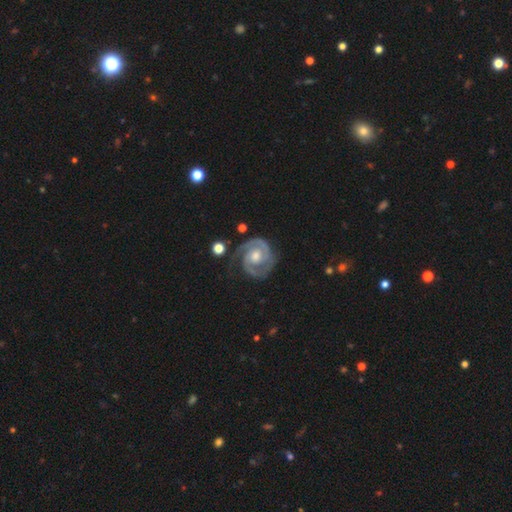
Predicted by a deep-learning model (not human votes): Overall: featured or disk (91%). Edge-on disk: no (98%). Bar: no (61%; weak 30%). Spiral arms: yes (98%). Spiral arm count: 2 (88%). Spiral winding: tight (63%; medium 32%). Bulge size: moderate (66%). Merging: none (78%).